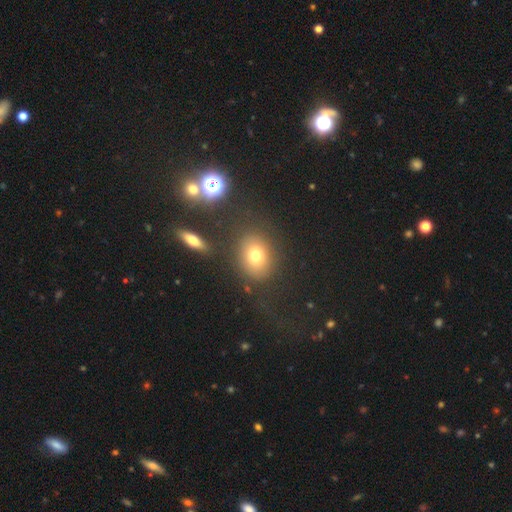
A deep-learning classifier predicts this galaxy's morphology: Overall: smooth (74%). How rounded: round (57%; in between 41%). Merging: none (79%).